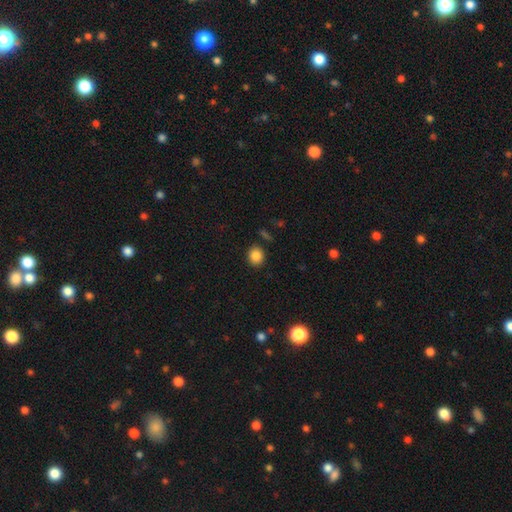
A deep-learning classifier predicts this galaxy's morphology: This appears to be a smooth galaxy with no disk features (86%) that is round (75%). Merging: none (87%).